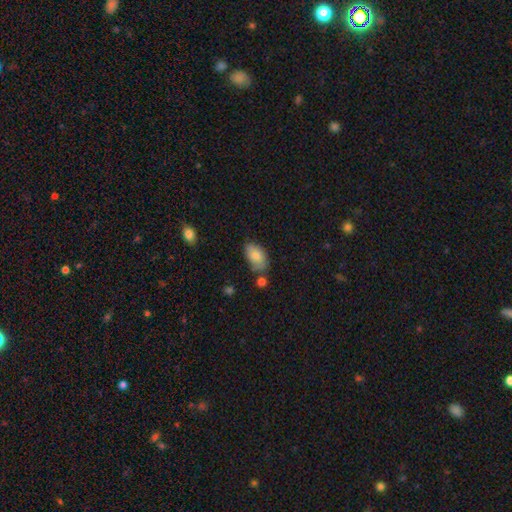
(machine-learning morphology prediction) This is likely a smooth galaxy (80%). How rounded: clearly in between (93%). Merging: likely none (65%).